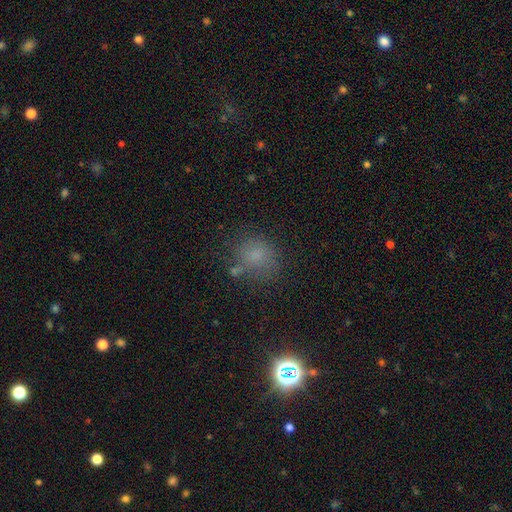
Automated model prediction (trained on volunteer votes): The model was most divided on "smooth or featured": smooth: 69%, star or artifact: 22%, featured or disk: 9%. More confident: how rounded — round (75%); merging — none (69%).